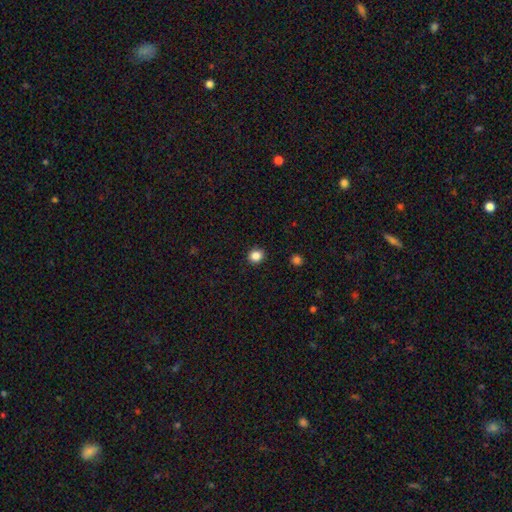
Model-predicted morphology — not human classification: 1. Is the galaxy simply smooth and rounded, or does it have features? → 85% smooth, 11% star or artifact, 4% featured or disk.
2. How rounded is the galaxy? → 76% round, 23% in between, 1% cigar-shaped.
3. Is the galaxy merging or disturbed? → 91% none, 6% minor disturbance, 2% major disturbance, 1% merger.